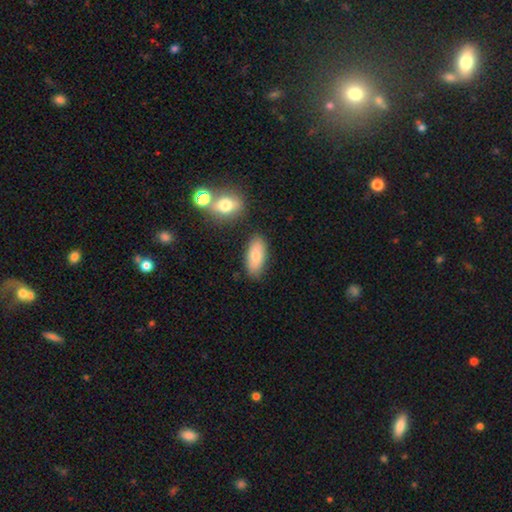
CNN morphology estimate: smooth-or-featured: smooth: 78% | featured or disk: 14% | star or artifact: 7%
  how-rounded: in between: 87% | cigar-shaped: 10% | round: 3%
  merging: none: 80% | minor disturbance: 12% | merger: 5% | major disturbance: 3%